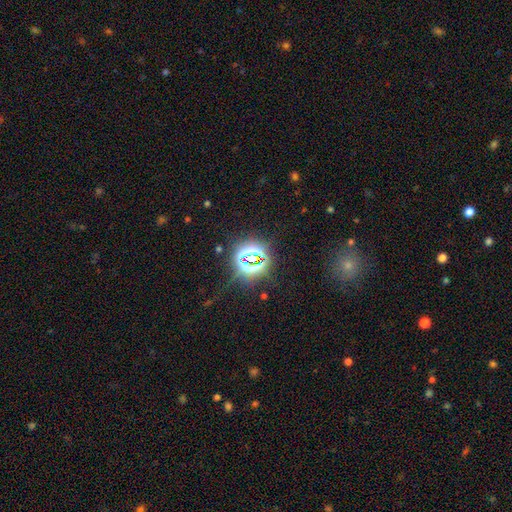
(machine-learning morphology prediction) A star or artifact, not a galaxy (79%).